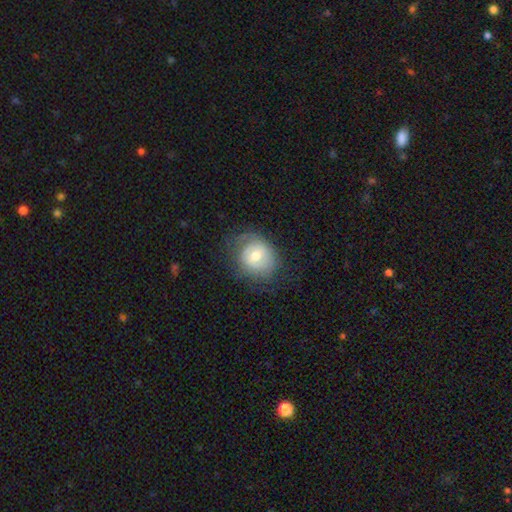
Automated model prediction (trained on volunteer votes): Morphology: type=featured or disk (47%); merging=none (64%).